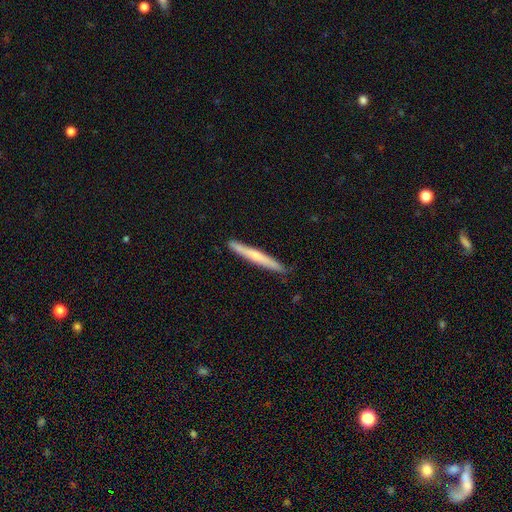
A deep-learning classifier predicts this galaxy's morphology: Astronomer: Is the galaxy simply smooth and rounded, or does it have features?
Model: smooth — 49% (runner-up: featured or disk, 45%).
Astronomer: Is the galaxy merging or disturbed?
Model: none — 88%.